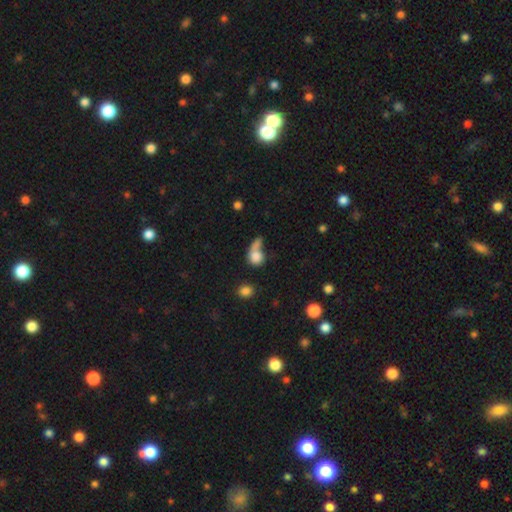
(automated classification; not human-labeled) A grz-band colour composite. It shows a smooth galaxy with no disk features (75%) that is round (56%). Merging: merger (40%).